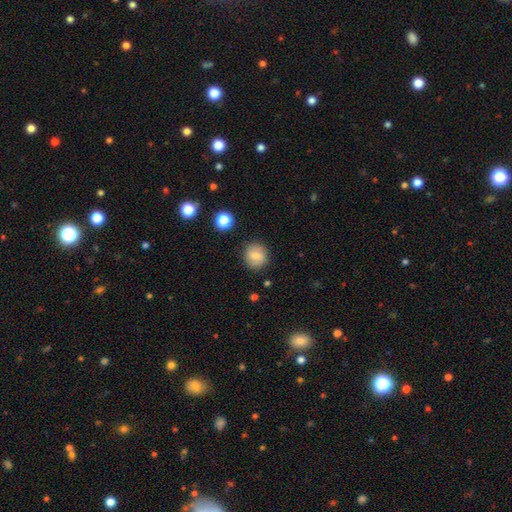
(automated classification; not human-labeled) smooth_or_featured: smooth (p=0.73) [alt: featured or disk p=0.17]
how_rounded: round (p=0.88) [alt: in between p=0.11]
merging: none (p=0.87) [alt: minor disturbance p=0.09]